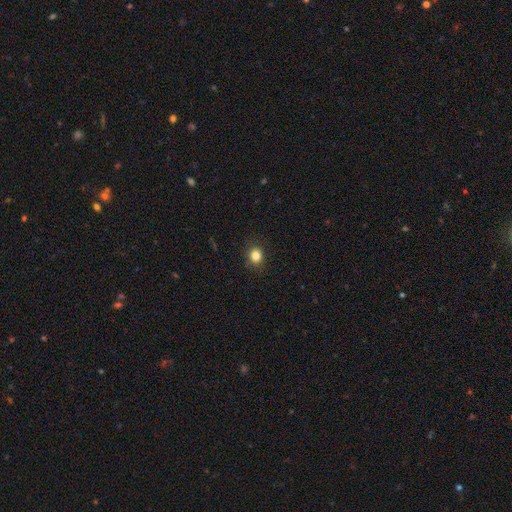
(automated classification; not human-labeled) Smooth or featured? smooth (83%)
How rounded? round (74%)
Merging? none (87%)